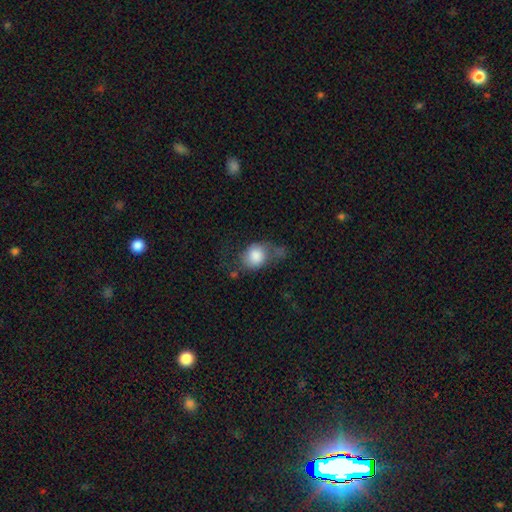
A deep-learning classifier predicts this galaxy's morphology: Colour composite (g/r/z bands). It shows a smooth galaxy with no disk features (77%) that is round (57%). Merging: none (35%).